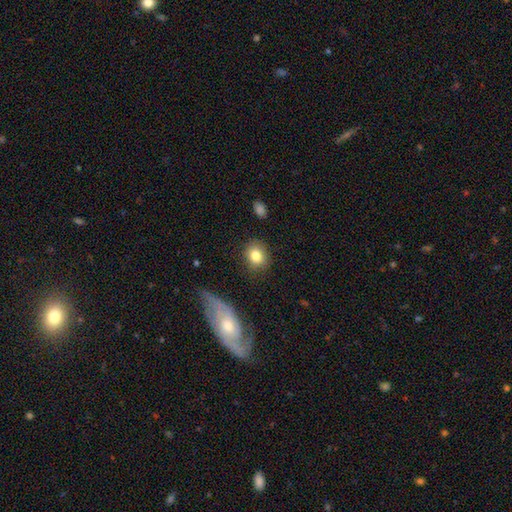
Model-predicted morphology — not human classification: smooth_or_featured: smooth (p=0.82) [alt: star or artifact p=0.09]
how_rounded: round (p=0.67) [alt: in between p=0.32]
merging: none (p=0.84) [alt: minor disturbance p=0.11]